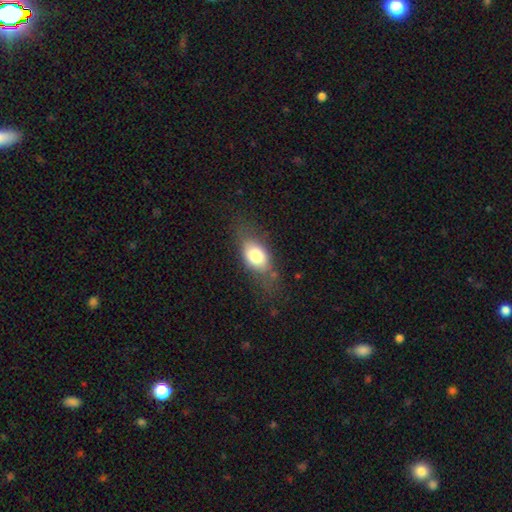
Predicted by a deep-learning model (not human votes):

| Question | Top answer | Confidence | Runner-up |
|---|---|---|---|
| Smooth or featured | smooth | 72% | featured or disk (20%) |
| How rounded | in between | 83% | round (13%) |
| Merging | none | 63% | minor disturbance (23%) |